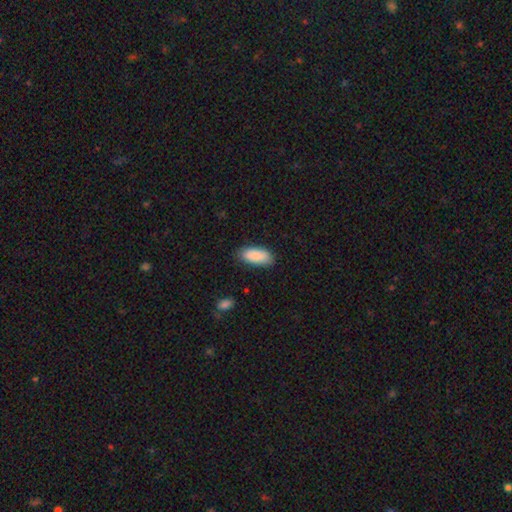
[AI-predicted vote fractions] Smooth or featured?
  - smooth: 88% *
  - featured or disk: 6%
  - star or artifact: 6%
How rounded?
  - in between: 89% *
  - cigar-shaped: 9%
  - round: 2%
Merging?
  - none: 83% *
  - minor disturbance: 13%
  - major disturbance: 2%
  - merger: 1%